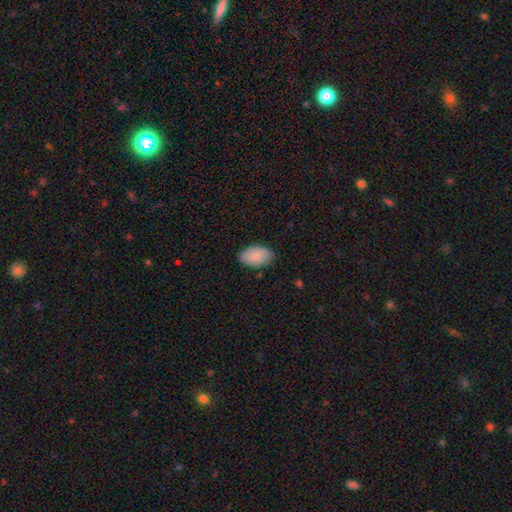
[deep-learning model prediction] Morphology: type=smooth (88%); roundness=in between (93%); merging=none (81%).